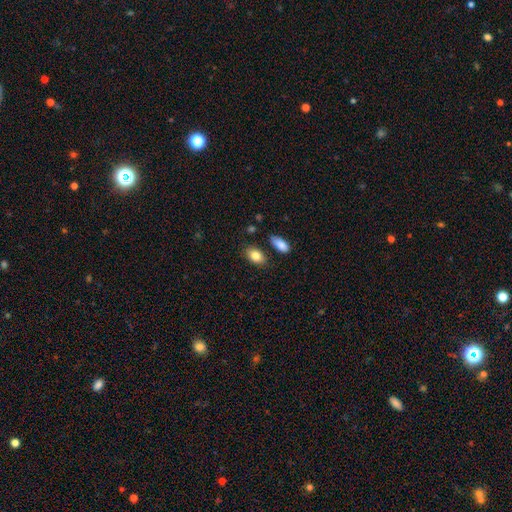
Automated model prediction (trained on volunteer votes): Smooth or featured? Predicted: smooth (p=0.85). How rounded? Predicted: in between (p=0.88). Merging? Predicted: none (p=0.80).